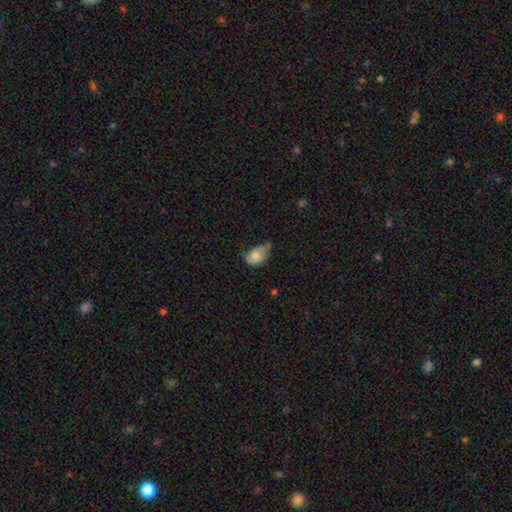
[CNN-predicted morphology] The model was most divided on "merging": minor disturbance: 43%, none: 27%, major disturbance: 23%, merger: 7%. More confident: how rounded — in between (80%); smooth or featured — smooth (60%).